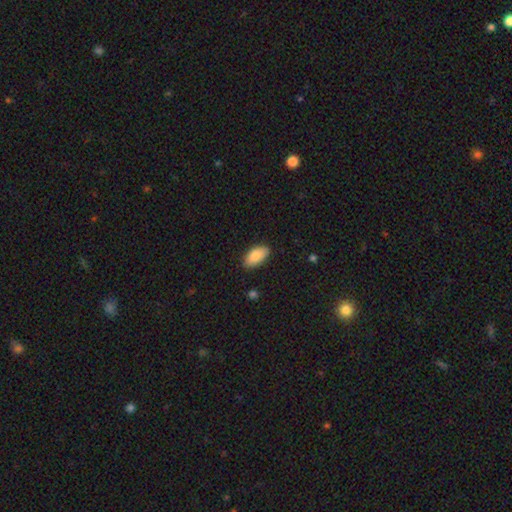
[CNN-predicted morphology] type=smooth (87%); roundness=in between (94%); merging=none (86%).